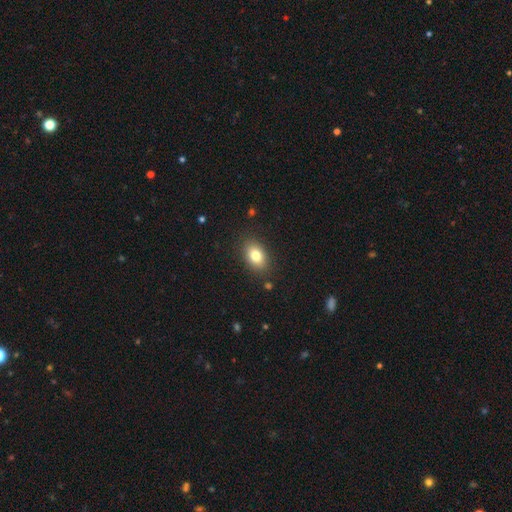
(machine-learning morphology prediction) Smooth or featured?
  - smooth: 80% *
  - featured or disk: 11%
  - star or artifact: 9%
How rounded?
  - in between: 83% *
  - round: 16%
  - cigar-shaped: 1%
Merging?
  - none: 87% *
  - minor disturbance: 9%
  - major disturbance: 3%
  - merger: 1%